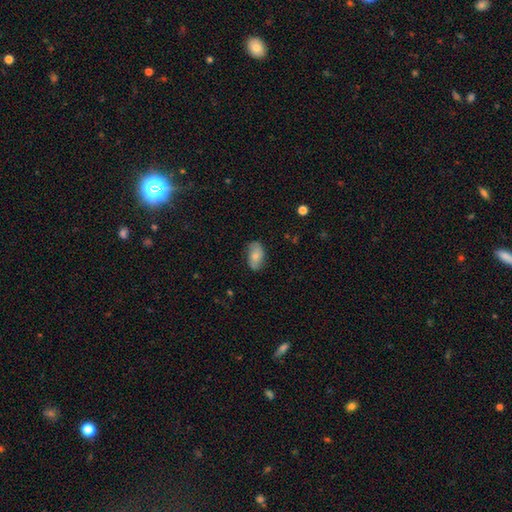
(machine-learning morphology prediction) This is likely a smooth galaxy (70%). How rounded: clearly in between (92%). Merging: likely none (75%).